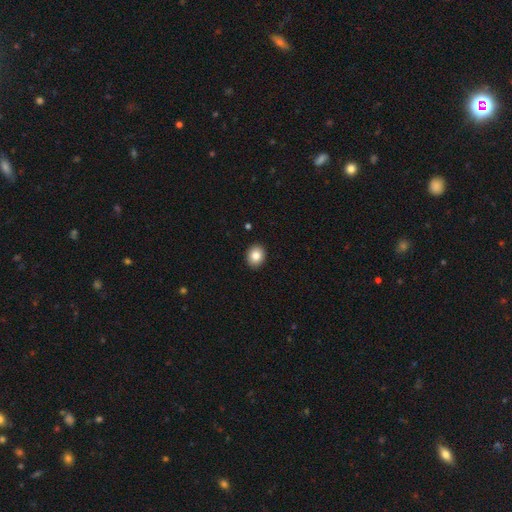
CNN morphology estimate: smooth 84%, star or artifact 9%, featured or disk 7%. Down the decision tree: how rounded — round (59%); merging — none (92%).